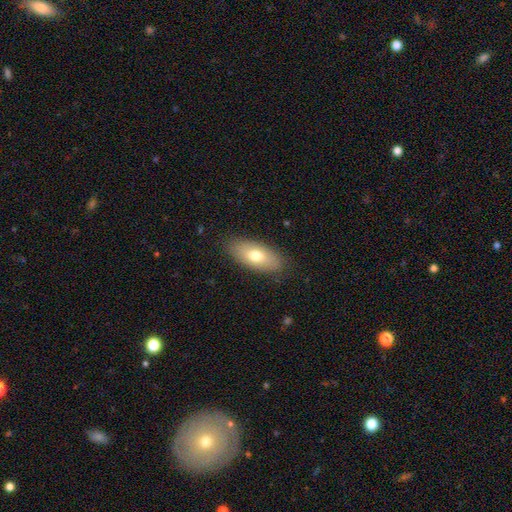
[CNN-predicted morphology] A smooth galaxy with no disk features (72%) that is in between round and cigar-shaped (87%). Merging: none (85%).